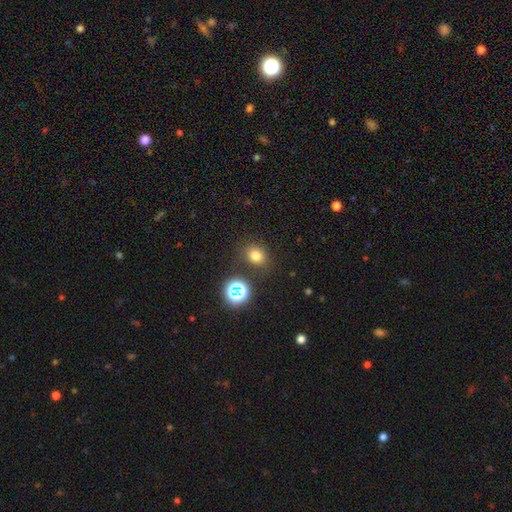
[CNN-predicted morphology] Smooth or featured?
  - smooth: 74% *
  - star or artifact: 19%
  - featured or disk: 7%
How rounded?
  - round: 60% *
  - in between: 39%
  - cigar-shaped: 1%
Merging?
  - none: 80% *
  - minor disturbance: 11%
  - merger: 5%
  - major disturbance: 4%